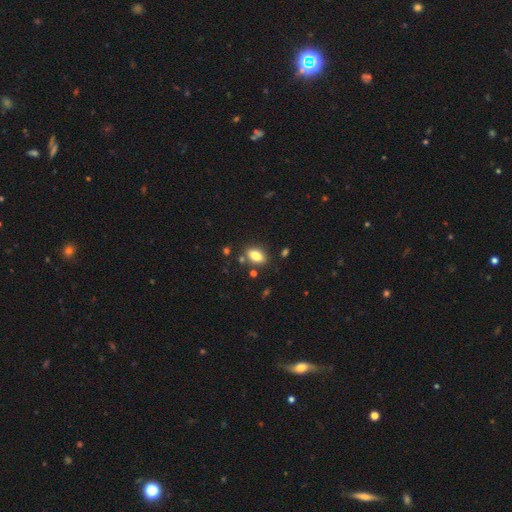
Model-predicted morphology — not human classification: smooth-or-featured: smooth: 81% | featured or disk: 10% | star or artifact: 8%
  how-rounded: in between: 88% | round: 9% | cigar-shaped: 4%
  merging: none: 81% | minor disturbance: 11% | merger: 5% | major disturbance: 3%